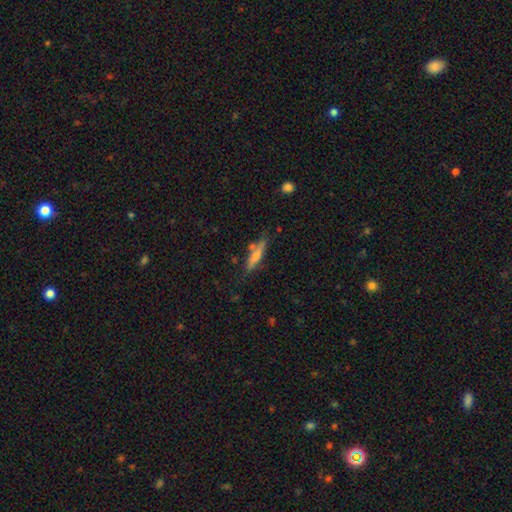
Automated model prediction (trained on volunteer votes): This is possibly a smooth galaxy (59%). How rounded: likely cigar-shaped (80%). Merging: likely none (68%).